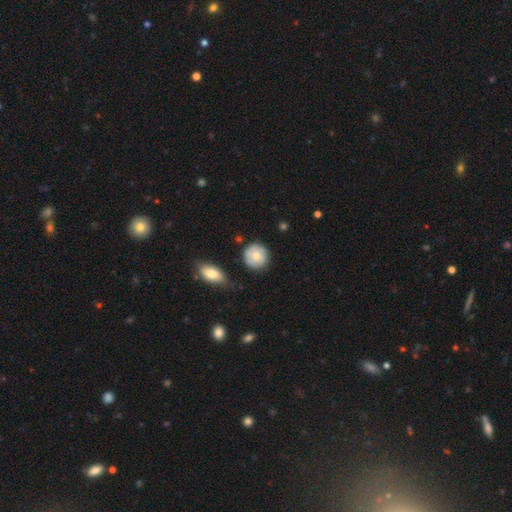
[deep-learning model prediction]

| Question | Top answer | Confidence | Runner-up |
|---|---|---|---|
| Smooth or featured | smooth | 72% | featured or disk (22%) |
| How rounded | round | 90% | in between (9%) |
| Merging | none | 74% | minor disturbance (19%) |